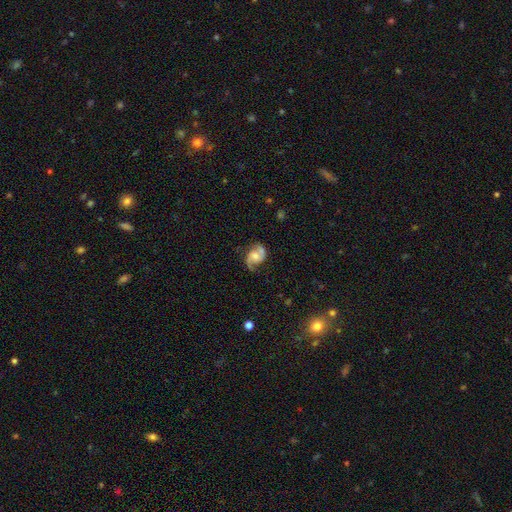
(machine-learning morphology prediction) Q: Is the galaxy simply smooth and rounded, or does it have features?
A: featured or disk — 85%.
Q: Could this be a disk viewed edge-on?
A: no — 98%.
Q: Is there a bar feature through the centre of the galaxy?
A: no — 59%.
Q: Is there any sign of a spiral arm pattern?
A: yes — 97%.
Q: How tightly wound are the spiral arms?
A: medium — 52%.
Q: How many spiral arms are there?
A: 2 — 92%.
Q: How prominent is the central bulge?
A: moderate — 49%.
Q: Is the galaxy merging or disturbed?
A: none — 73%.